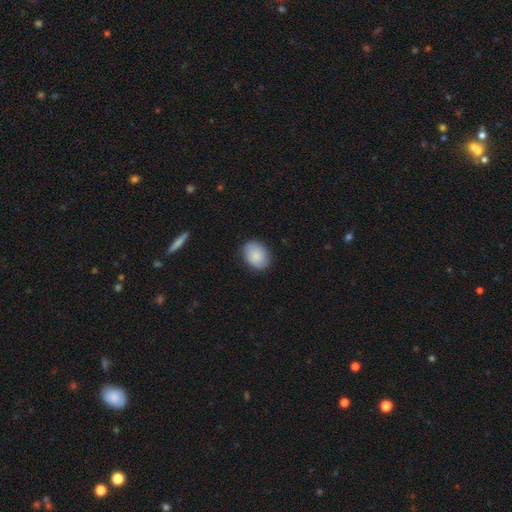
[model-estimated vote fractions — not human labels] A smooth galaxy with no disk features (85%) that is in between round and cigar-shaped (66%). Merging: none (83%).